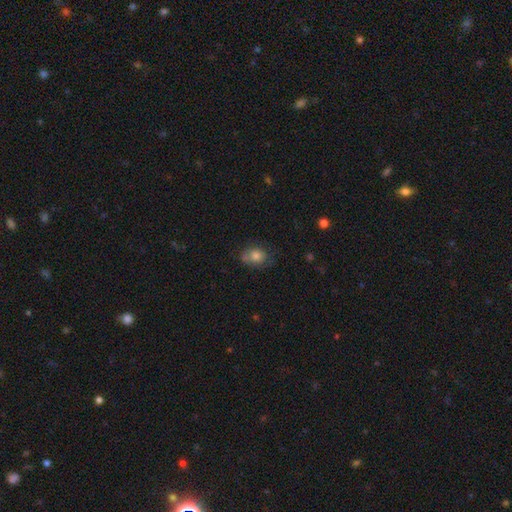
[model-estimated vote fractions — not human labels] The model was most divided on "how rounded": in between: 60%, round: 39%, cigar-shaped: 1%. More confident: smooth or featured — smooth (75%); merging — none (56%).